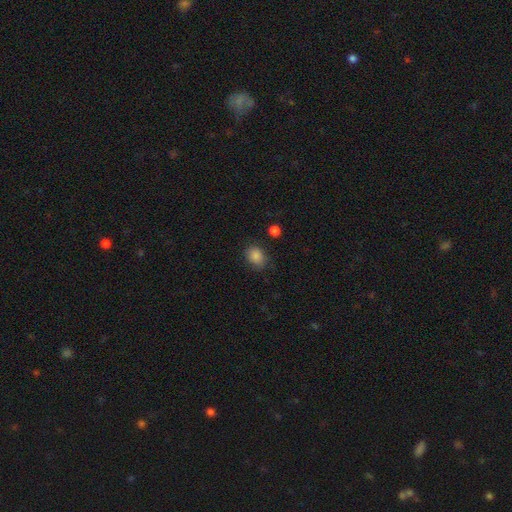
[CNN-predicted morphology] This appears to be a smooth galaxy with no disk features (86%) that is in between round and cigar-shaped (65%). Merging: none (78%).